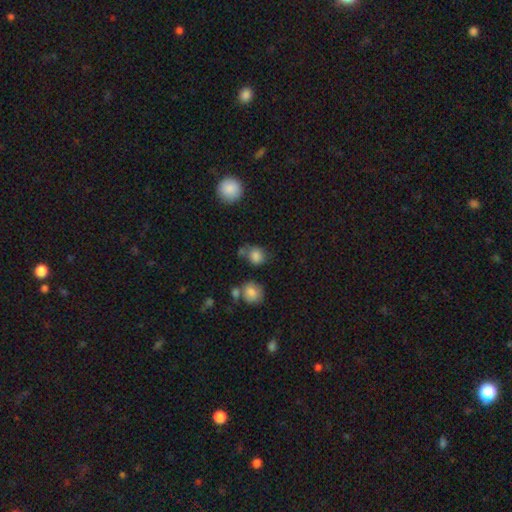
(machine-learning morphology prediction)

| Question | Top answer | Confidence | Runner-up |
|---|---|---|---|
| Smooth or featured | smooth | 81% | star or artifact (11%) |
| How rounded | round | 73% | in between (26%) |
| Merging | none | 58% | minor disturbance (21%) |